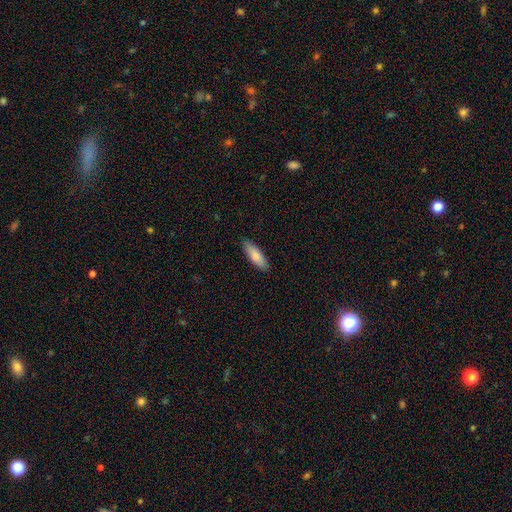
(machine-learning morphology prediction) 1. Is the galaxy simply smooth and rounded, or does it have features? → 80% smooth, 14% featured or disk, 6% star or artifact.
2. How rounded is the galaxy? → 54% in between, 44% cigar-shaped, 2% round.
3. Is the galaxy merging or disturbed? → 89% none, 9% minor disturbance, 2% major disturbance, 1% merger.